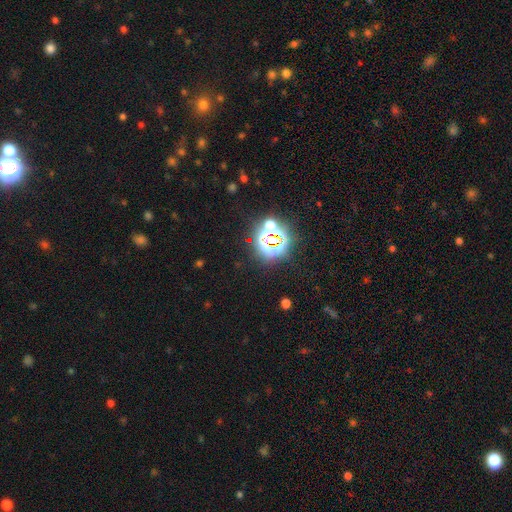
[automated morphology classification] smooth_or_featured: star or artifact (p=0.79) [alt: smooth p=0.13]